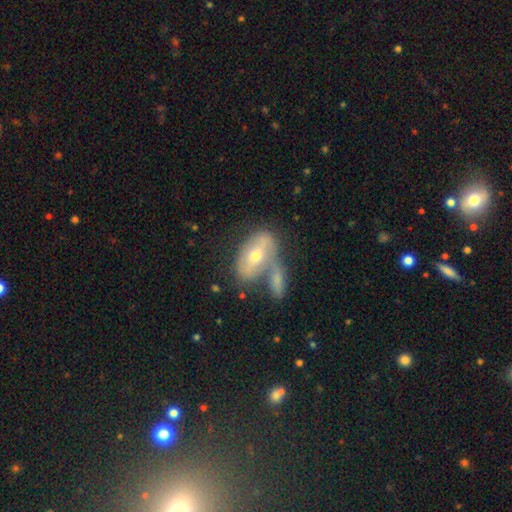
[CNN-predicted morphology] Smooth or featured? Predicted: featured or disk (p=0.51). Edge-on disk? Predicted: no (p=0.84). Merging? Predicted: merger (p=0.47).